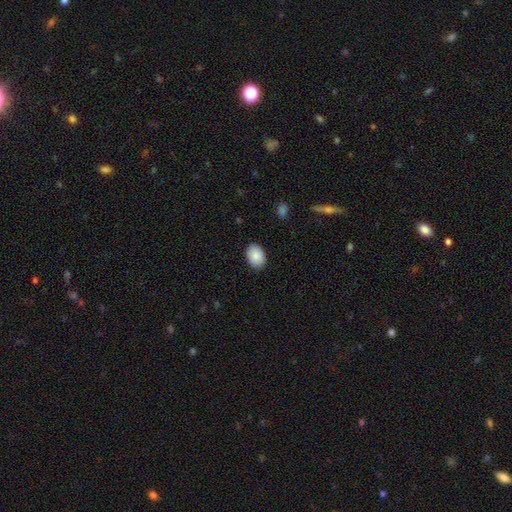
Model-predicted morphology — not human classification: smooth-or-featured: smooth: 89% | star or artifact: 7% | featured or disk: 4%
  how-rounded: in between: 83% | round: 16% | cigar-shaped: 1%
  merging: none: 88% | minor disturbance: 9% | major disturbance: 2% | merger: 1%